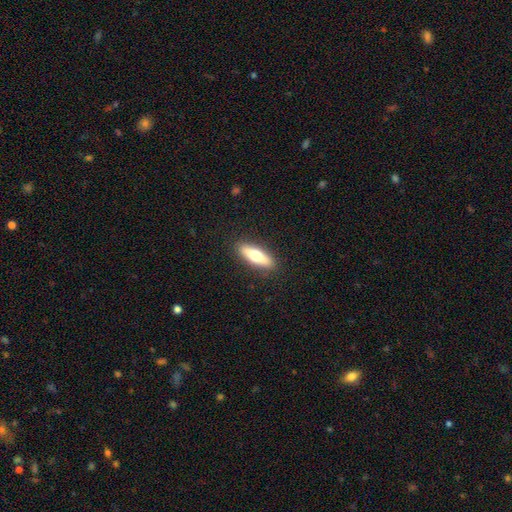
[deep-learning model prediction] The model was most divided on "how rounded": cigar-shaped: 54%, in between: 44%, round: 2%. More confident: merging — none (89%); smooth or featured — smooth (61%).